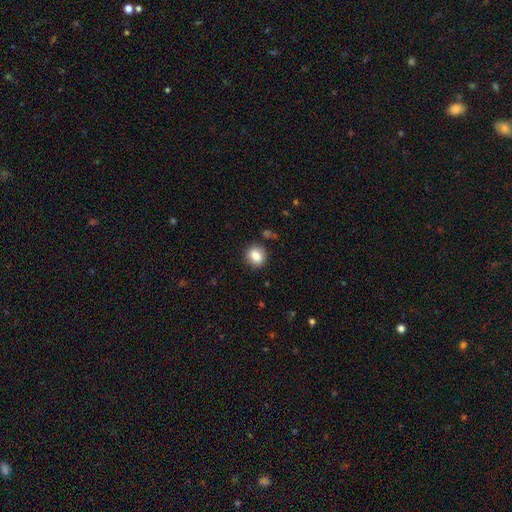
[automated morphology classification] smooth 85%, star or artifact 9%, featured or disk 6%. Down the decision tree: how rounded — round (70%); merging — none (87%).